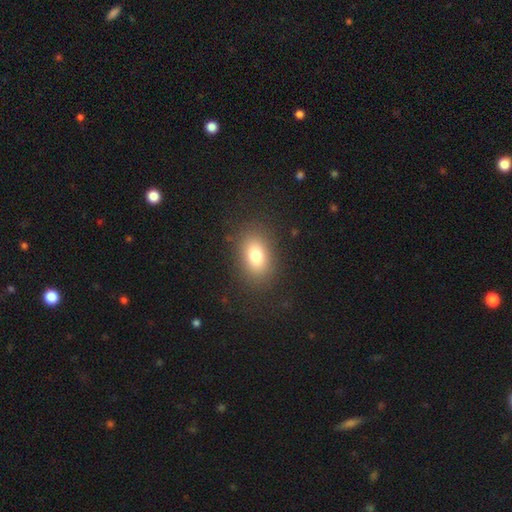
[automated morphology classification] Smooth or featured? smooth (79%)
How rounded? in between (80%)
Merging? none (85%)